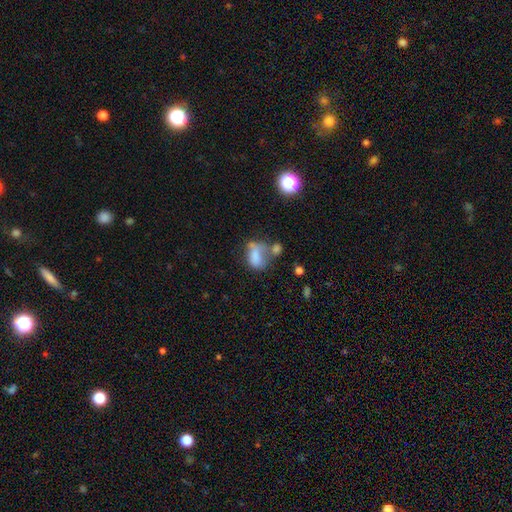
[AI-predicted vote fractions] Smooth or featured: smooth — 67% (featured or disk — 20%)
How rounded: in between — 78% (round — 21%)
Merging: merger — 36% (major disturbance — 23%)